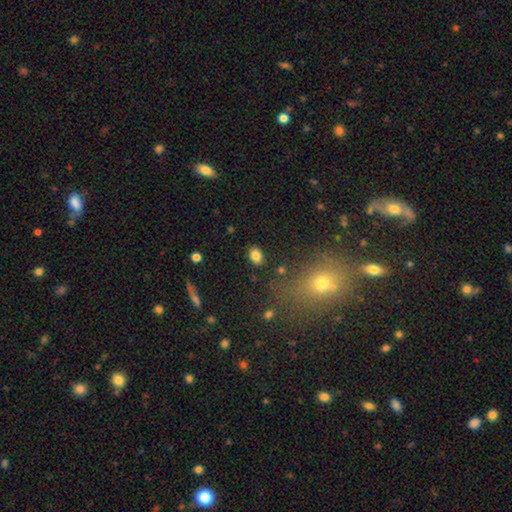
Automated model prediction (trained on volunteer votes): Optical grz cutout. It shows a smooth galaxy with no disk features (84%) that is in between round and cigar-shaped (70%). Merging: none (85%).